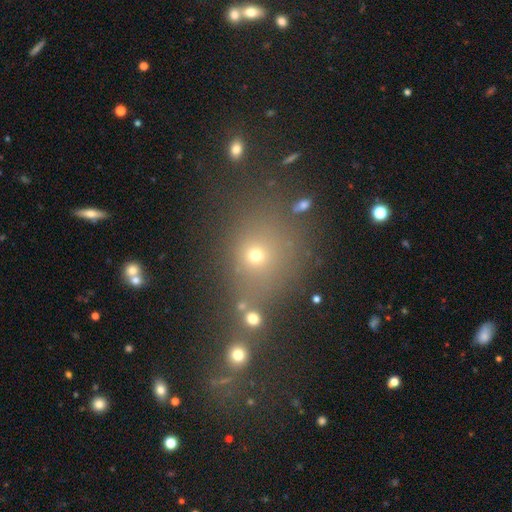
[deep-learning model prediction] A smooth galaxy with no disk features (60%) that is round (65%).

Vote fractions:
- Smooth or featured? smooth: 60% / star or artifact: 28% / featured or disk: 12%
- How rounded? round: 65% / in between: 33% / cigar-shaped: 2%
- Merging? none: 64% / merger: 16% / minor disturbance: 12% / major disturbance: 8%